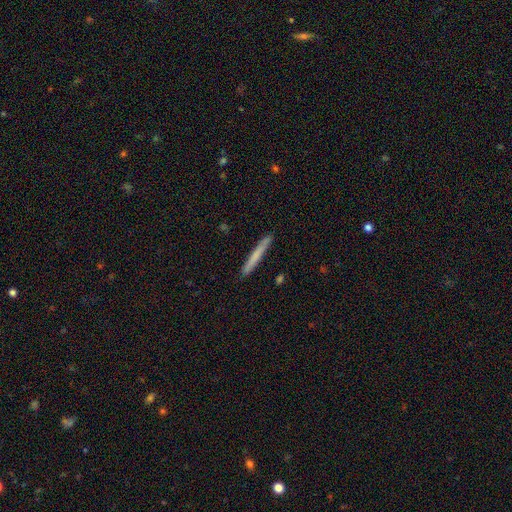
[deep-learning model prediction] smooth-or-featured: smooth: 69% | featured or disk: 26% | star or artifact: 6%
  how-rounded: cigar-shaped: 97% | in between: 2% | round: 1%
  merging: none: 90% | minor disturbance: 8% | major disturbance: 1% | merger: 1%